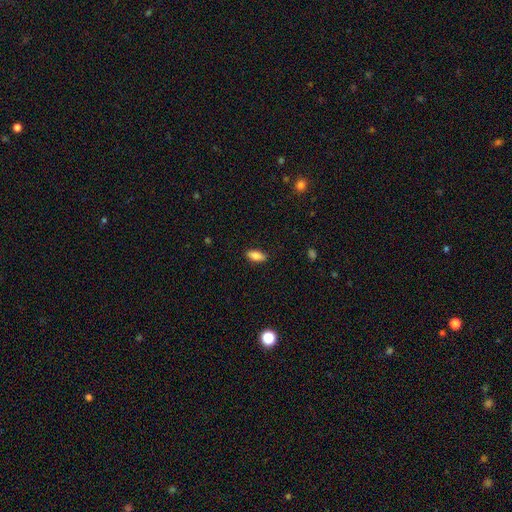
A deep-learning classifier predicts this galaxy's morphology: Smooth or featured? smooth (83%)
How rounded? in between (84%)
Merging? none (88%)